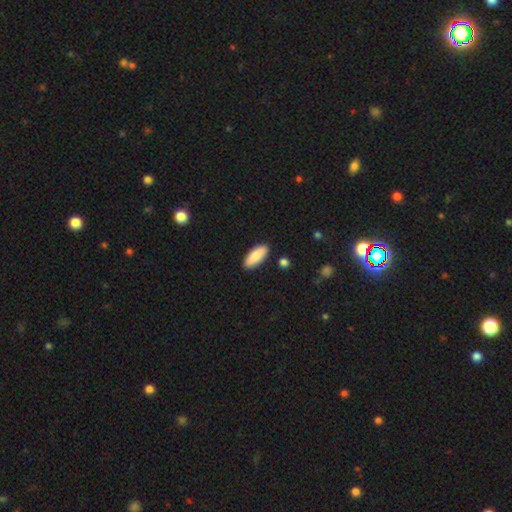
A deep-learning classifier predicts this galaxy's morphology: Smooth or featured?
  - smooth: 87% *
  - featured or disk: 7%
  - star or artifact: 6%
How rounded?
  - in between: 77% *
  - cigar-shaped: 21%
  - round: 2%
Merging?
  - none: 89% *
  - minor disturbance: 8%
  - merger: 2%
  - major disturbance: 2%